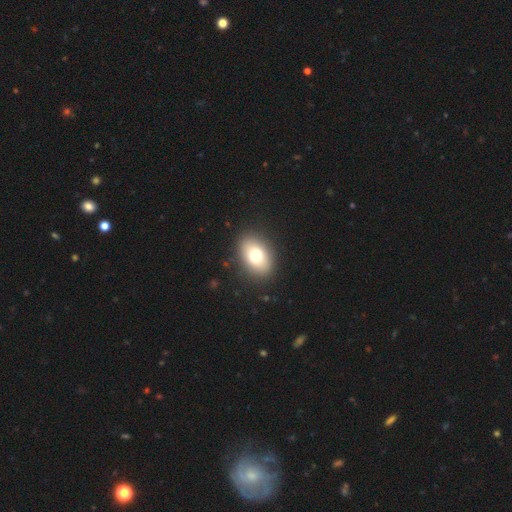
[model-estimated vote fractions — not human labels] smooth-or-featured: smooth: 73% | featured or disk: 17% | star or artifact: 9%
  how-rounded: in between: 81% | round: 18% | cigar-shaped: 1%
  merging: none: 89% | minor disturbance: 7% | major disturbance: 3% | merger: 1%